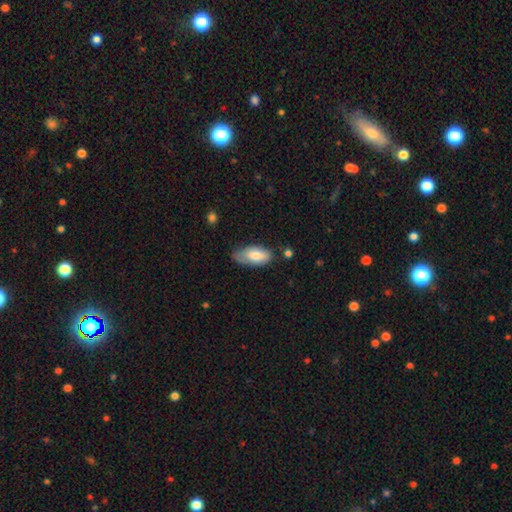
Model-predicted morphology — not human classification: smooth-or-featured: smooth: 75% | featured or disk: 19% | star or artifact: 6%
  how-rounded: in between: 91% | cigar-shaped: 7% | round: 3%
  merging: none: 54% | minor disturbance: 34% | major disturbance: 8% | merger: 4%